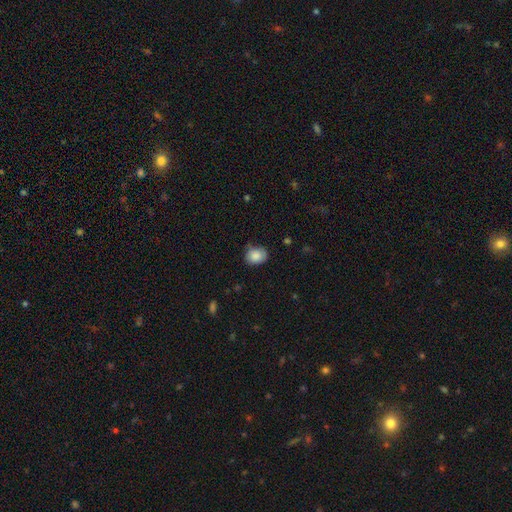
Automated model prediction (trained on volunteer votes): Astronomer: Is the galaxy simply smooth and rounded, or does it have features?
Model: smooth — 84%.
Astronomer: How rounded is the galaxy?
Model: round — 54% (runner-up: in between, 45%).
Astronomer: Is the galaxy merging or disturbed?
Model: none — 64%.